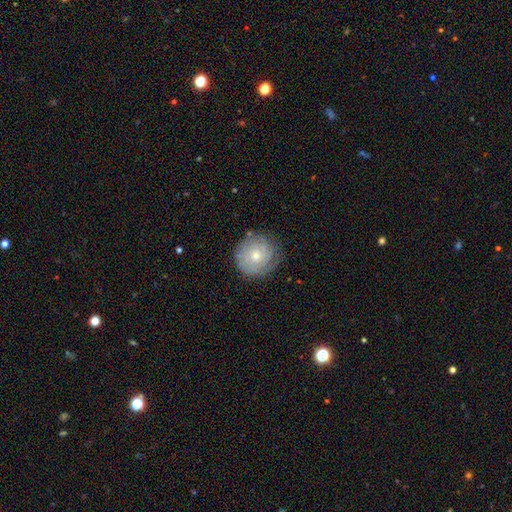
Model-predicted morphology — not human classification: A featured or disk galaxy (53%) with no bar (84%), spiral arms (75%) and a moderate central bulge (50%).

Vote fractions:
- Smooth or featured? featured or disk: 53% / smooth: 39% / star or artifact: 7%
- Edge-on disk? no: 97% / yes: 3%
- Bar? no: 84% / weak: 14% / strong: 2%
- Spiral arms? yes: 75% / no: 25%
- Bulge size? moderate: 50% / small: 45% / large: 3% / none: 1% / dominant: 1%
- Merging? none: 77% / minor disturbance: 17% / major disturbance: 5% / merger: 2%